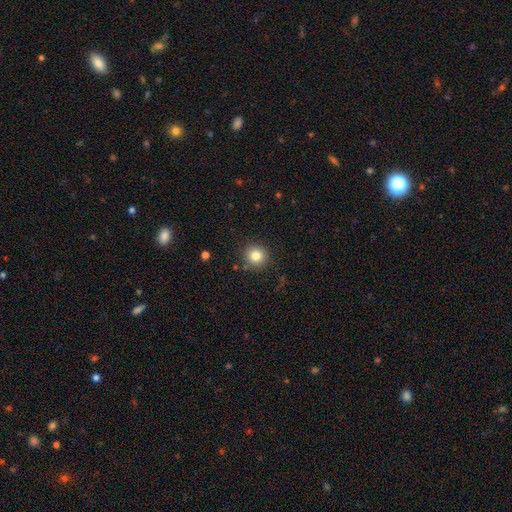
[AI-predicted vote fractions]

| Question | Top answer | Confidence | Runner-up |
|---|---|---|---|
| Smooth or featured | smooth | 82% | star or artifact (11%) |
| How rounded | round | 93% | in between (6%) |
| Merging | none | 89% | minor disturbance (7%) |